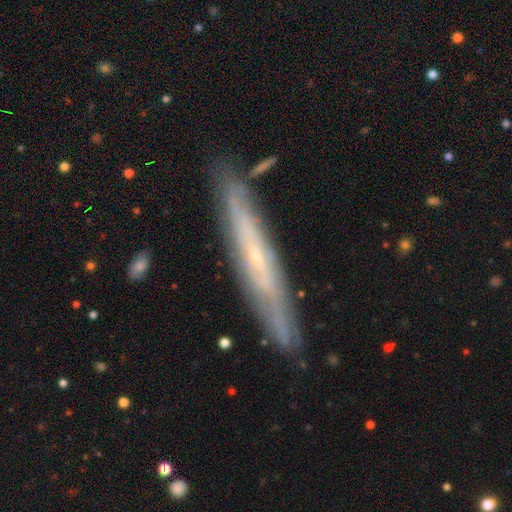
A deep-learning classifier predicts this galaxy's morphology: type=featured or disk (69%); edge-on=yes (80%); edge-on bulge=none (61%); merging=none (84%).